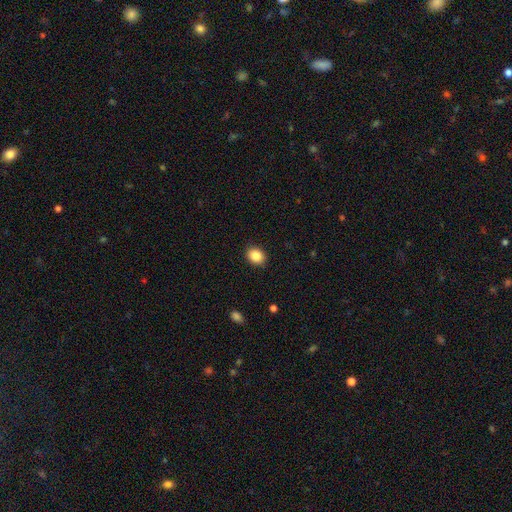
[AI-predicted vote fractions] Smooth or featured: smooth — 87% (star or artifact — 9%)
How rounded: in between — 51% (round — 48%)
Merging: none — 89% (minor disturbance — 8%)